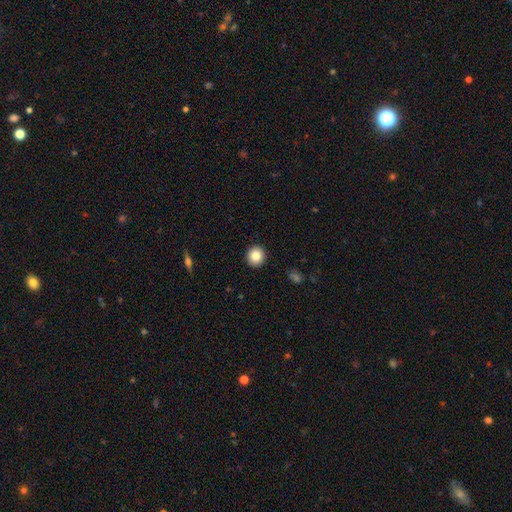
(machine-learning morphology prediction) A smooth galaxy with no disk features (85%) that is round (90%). Merging: none (92%).